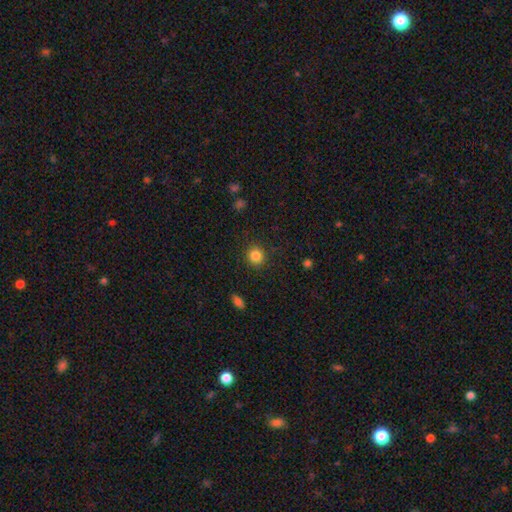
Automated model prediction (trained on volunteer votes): smooth_or_featured: smooth (p=0.84) [alt: star or artifact p=0.11]
how_rounded: round (p=0.91) [alt: in between p=0.08]
merging: none (p=0.90) [alt: minor disturbance p=0.06]